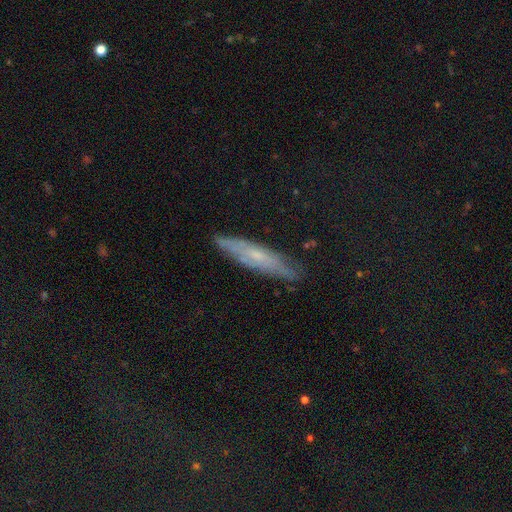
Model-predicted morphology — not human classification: The model was most divided on "smooth or featured": featured or disk: 53%, smooth: 36%, star or artifact: 11%. More confident: merging — none (80%); edge-on disk — yes (61%).